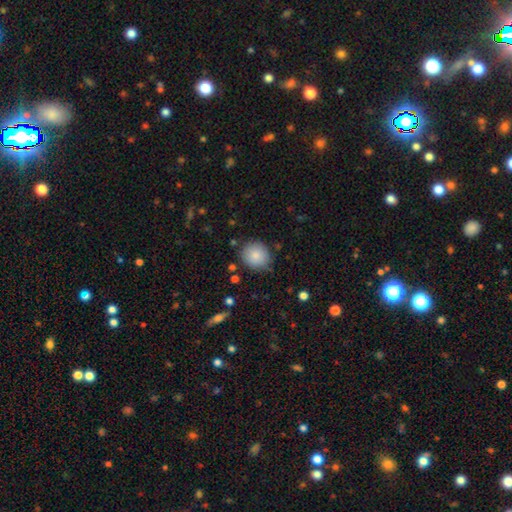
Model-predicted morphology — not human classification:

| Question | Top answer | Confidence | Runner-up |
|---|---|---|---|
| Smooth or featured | smooth | 86% | star or artifact (8%) |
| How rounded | round | 80% | in between (19%) |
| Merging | none | 83% | minor disturbance (12%) |